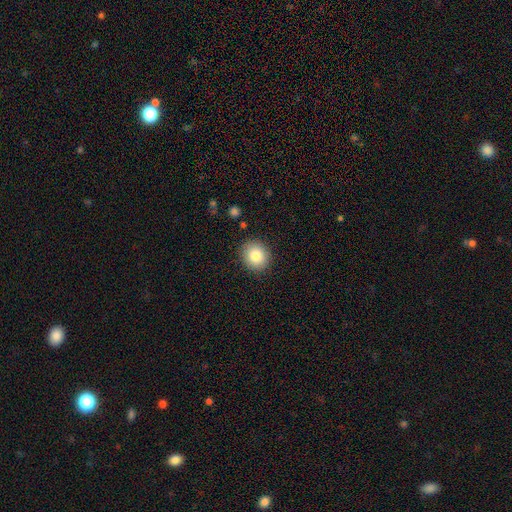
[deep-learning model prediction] smooth-or-featured: smooth: 83% | star or artifact: 9% | featured or disk: 8%
  how-rounded: round: 80% | in between: 19% | cigar-shaped: 1%
  merging: none: 89% | minor disturbance: 8% | major disturbance: 2% | merger: 1%